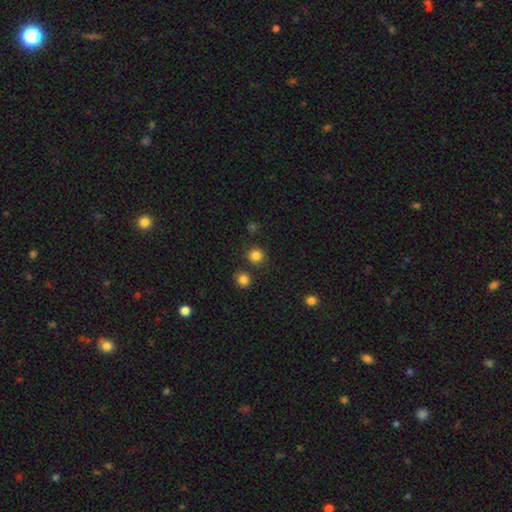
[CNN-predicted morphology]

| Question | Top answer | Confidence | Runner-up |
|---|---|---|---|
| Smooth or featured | smooth | 82% | star or artifact (14%) |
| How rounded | round | 93% | in between (6%) |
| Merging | none | 85% | minor disturbance (7%) |